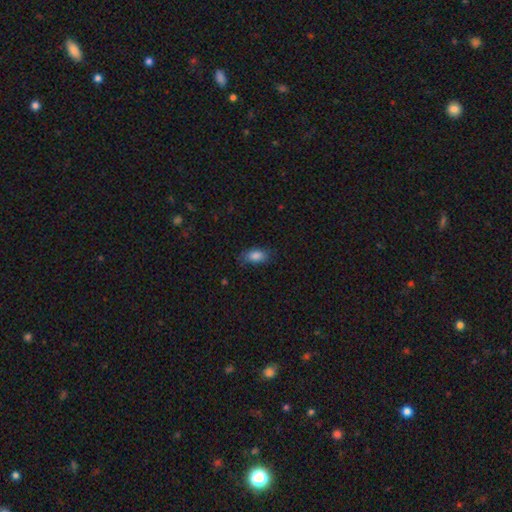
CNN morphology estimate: Overall: smooth (85%). How rounded: in between (89%). Merging: none (77%).